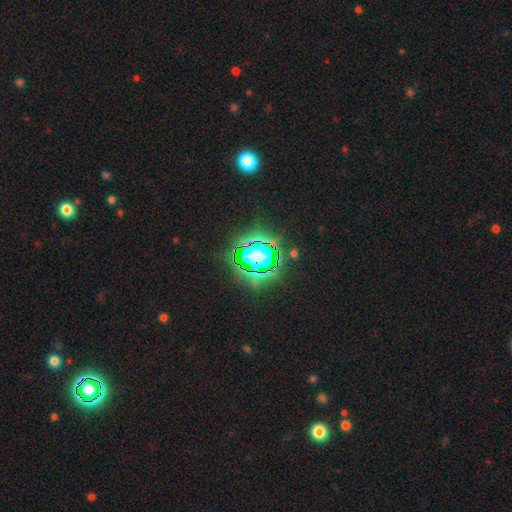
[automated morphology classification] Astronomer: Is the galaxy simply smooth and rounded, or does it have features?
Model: star or artifact — 68%.